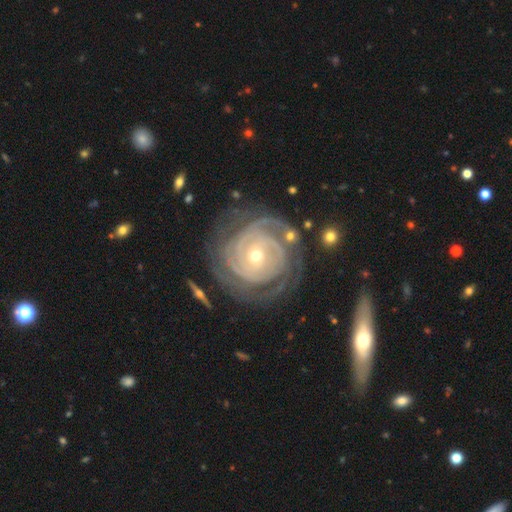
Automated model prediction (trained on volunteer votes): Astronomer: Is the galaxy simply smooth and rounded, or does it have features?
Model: featured or disk — 91%.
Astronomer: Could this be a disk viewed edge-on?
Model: no — 97%.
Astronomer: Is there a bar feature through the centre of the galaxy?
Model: no — 69%.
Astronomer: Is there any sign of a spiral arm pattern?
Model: yes — 97%.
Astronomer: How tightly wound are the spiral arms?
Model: tight — 84%.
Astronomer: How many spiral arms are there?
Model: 3 — 27% (runner-up: can't tell, 22%).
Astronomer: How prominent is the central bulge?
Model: small — 59% (runner-up: moderate, 38%).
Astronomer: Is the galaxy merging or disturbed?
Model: none — 73%.